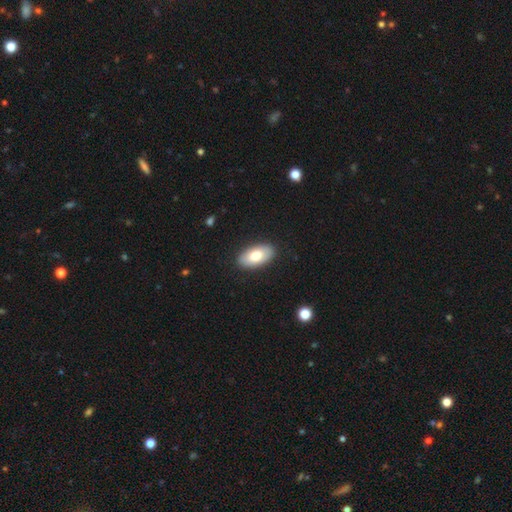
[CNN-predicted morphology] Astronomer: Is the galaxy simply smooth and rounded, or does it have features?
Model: smooth — 75%.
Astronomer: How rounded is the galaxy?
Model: in between — 95%.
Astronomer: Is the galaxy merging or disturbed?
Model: none — 90%.